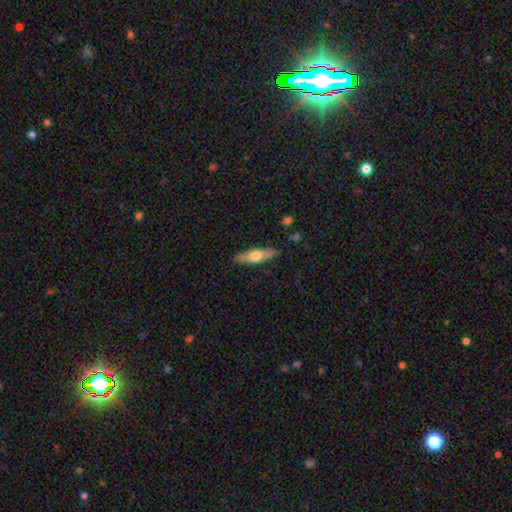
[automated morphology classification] This is possibly a smooth galaxy (56%). How rounded: possibly cigar-shaped (56%). Merging: clearly none (86%).